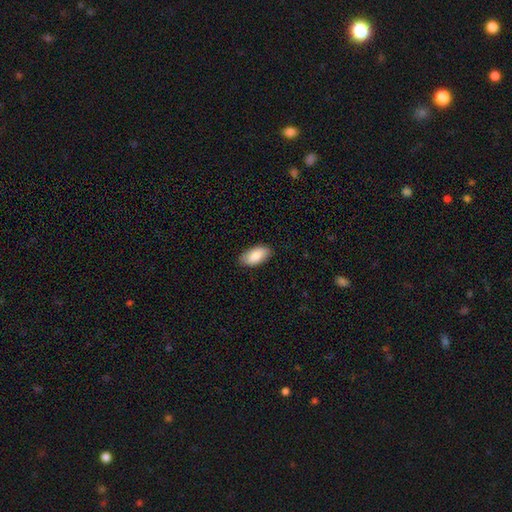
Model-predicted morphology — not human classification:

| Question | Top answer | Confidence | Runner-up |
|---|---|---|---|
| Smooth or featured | smooth | 86% | featured or disk (9%) |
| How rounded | in between | 94% | cigar-shaped (4%) |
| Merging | none | 87% | minor disturbance (10%) |